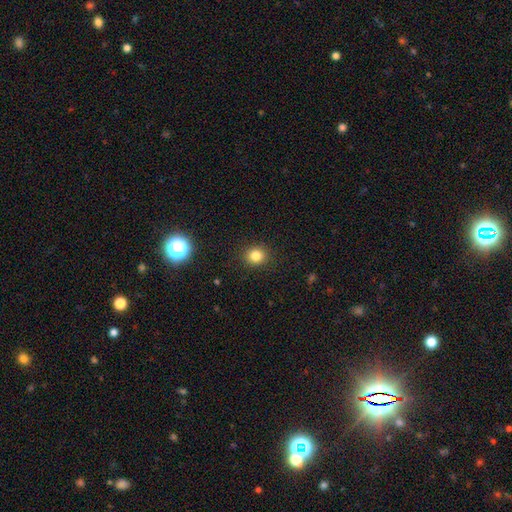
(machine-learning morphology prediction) Q: Smooth or featured?
A: smooth (81%); runner-up: star or artifact (13%)
Q: How rounded?
A: round (83%); runner-up: in between (16%)
Q: Merging?
A: none (90%); runner-up: minor disturbance (7%)